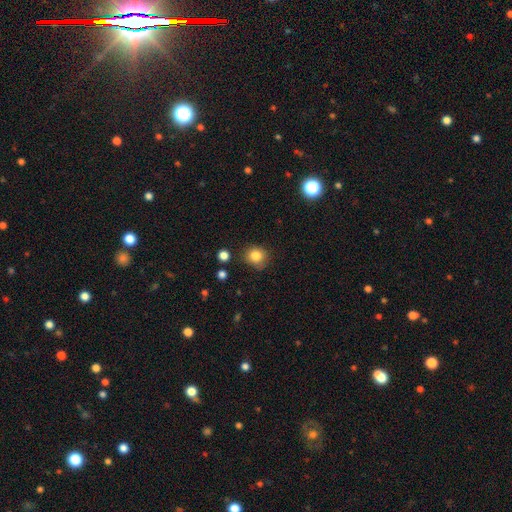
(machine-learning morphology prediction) This is clearly a smooth galaxy (83%). How rounded: clearly round (83%). Merging: likely none (79%).